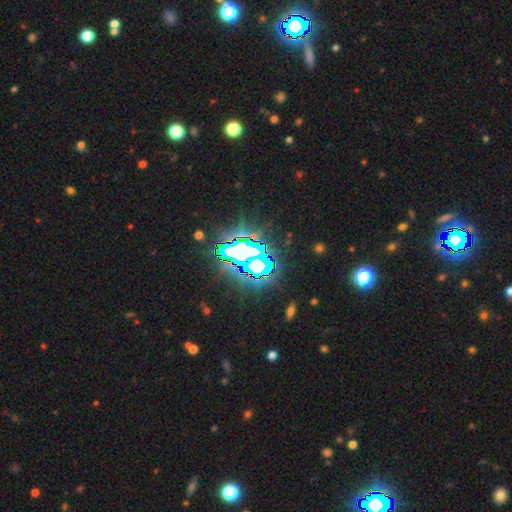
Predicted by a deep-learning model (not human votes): A star or artifact, not a galaxy (77%).

Vote fractions:
- Smooth or featured? star or artifact: 77% / featured or disk: 13% / smooth: 10%